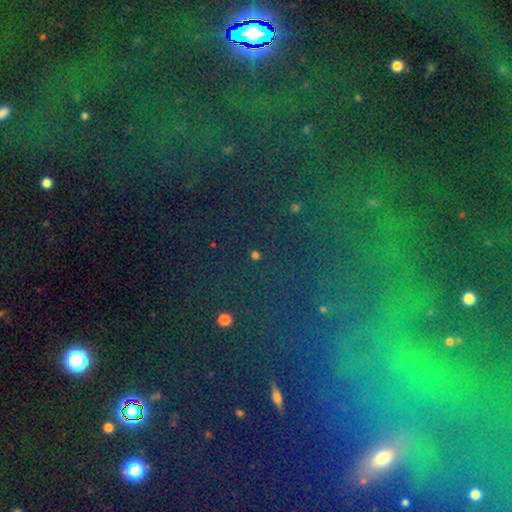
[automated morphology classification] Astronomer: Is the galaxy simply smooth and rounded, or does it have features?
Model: star or artifact — 71%.